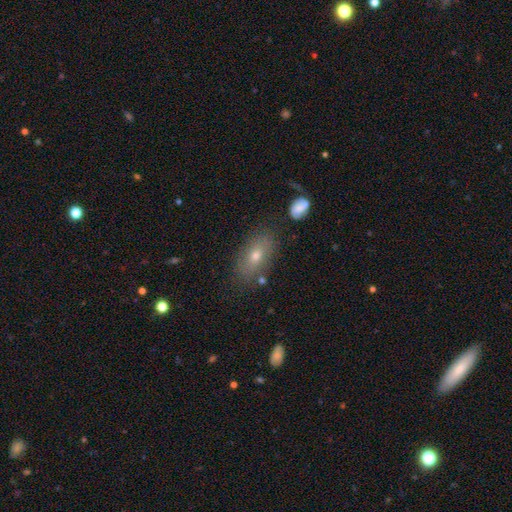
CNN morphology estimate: Smooth or featured? Predicted: smooth (p=0.64). How rounded? Predicted: in between (p=0.85). Merging? Predicted: none (p=0.79).